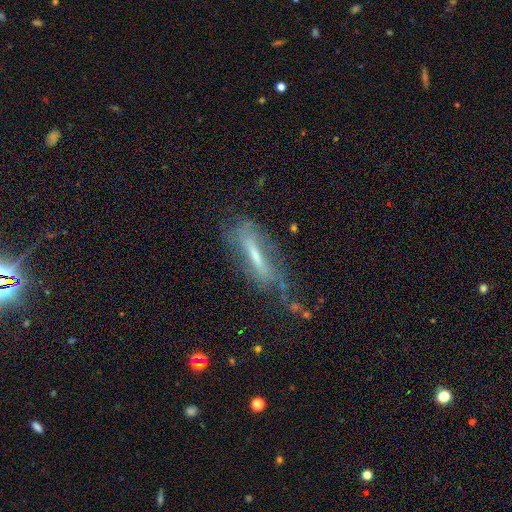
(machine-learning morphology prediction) Smooth or featured?
  - featured or disk: 61% *
  - smooth: 30%
  - star or artifact: 9%
Edge-on disk?
  - no: 53% *
  - yes: 47%
Merging?
  - none: 52% *
  - minor disturbance: 27%
  - major disturbance: 18%
  - merger: 3%